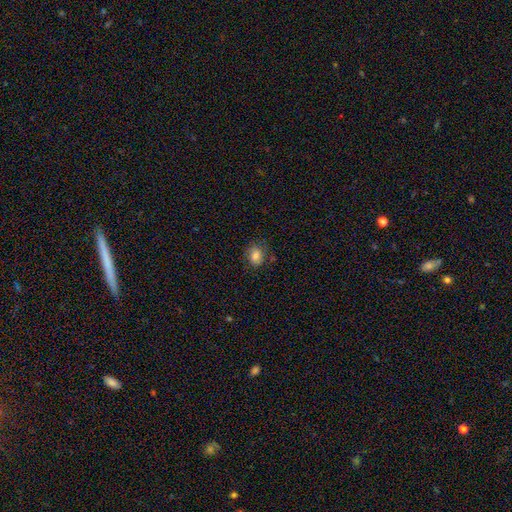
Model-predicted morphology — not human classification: A smooth galaxy with no disk features (81%) that is round (50%).

Vote fractions:
- Smooth or featured? smooth: 81% / star or artifact: 10% / featured or disk: 9%
- How rounded? round: 50% / in between: 49% / cigar-shaped: 1%
- Merging? none: 78% / minor disturbance: 16% / major disturbance: 4% / merger: 2%